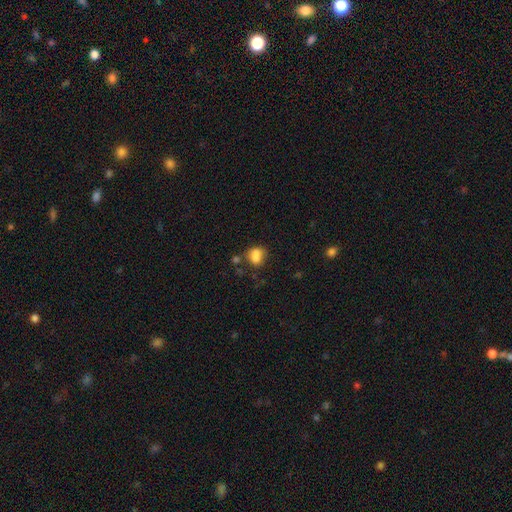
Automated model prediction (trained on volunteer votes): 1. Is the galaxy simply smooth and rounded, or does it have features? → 78% smooth, 11% featured or disk, 11% star or artifact.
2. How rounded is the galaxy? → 51% round, 48% in between, 1% cigar-shaped.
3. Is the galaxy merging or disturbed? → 44% none, 28% merger, 20% minor disturbance, 8% major disturbance.